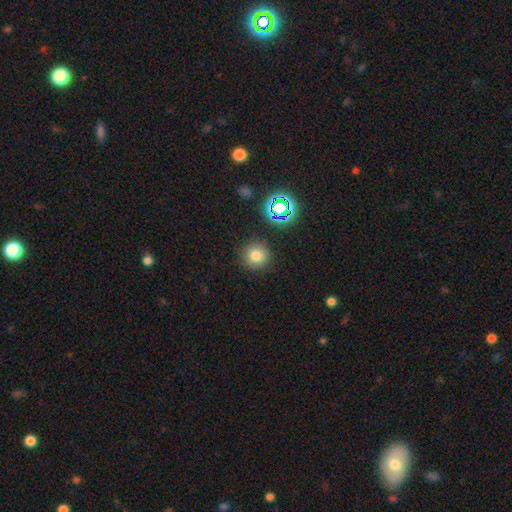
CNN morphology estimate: This is likely a smooth galaxy (75%). How rounded: clearly round (94%). Merging: clearly none (88%).